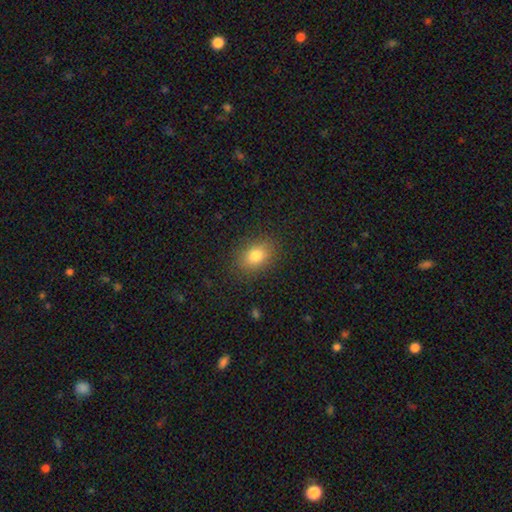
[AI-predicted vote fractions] A smooth galaxy with no disk features (81%) that is in between round and cigar-shaped (76%). Merging: none (86%).